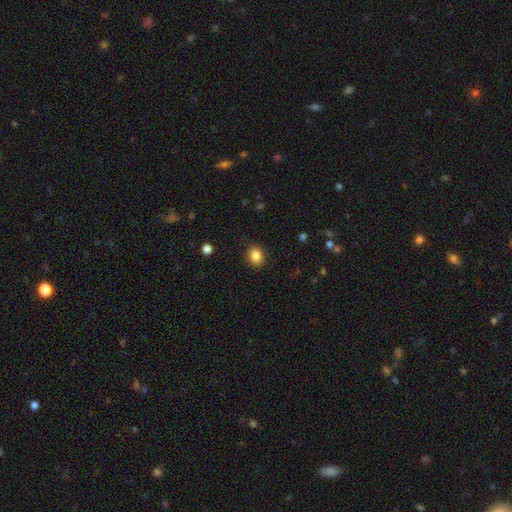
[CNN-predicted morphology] Smooth or featured? smooth (86%)
How rounded? in between (56%)
Merging? none (88%)